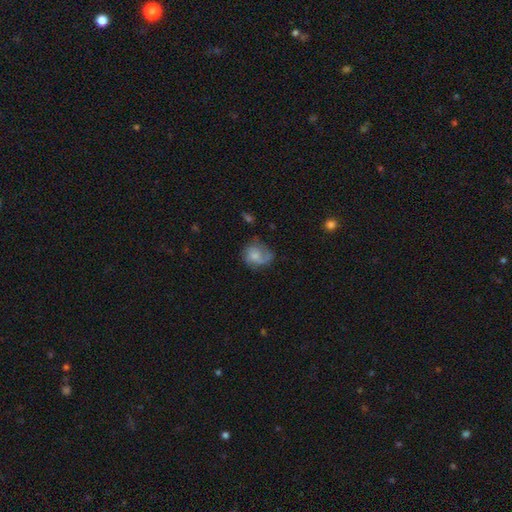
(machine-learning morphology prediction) featured or disk 53%, smooth 39%, star or artifact 8%. Down the decision tree: edge-on disk — no (98%); bar — no (70%); spiral arms — yes (85%); bulge size — small (44%); merging — none (52%).